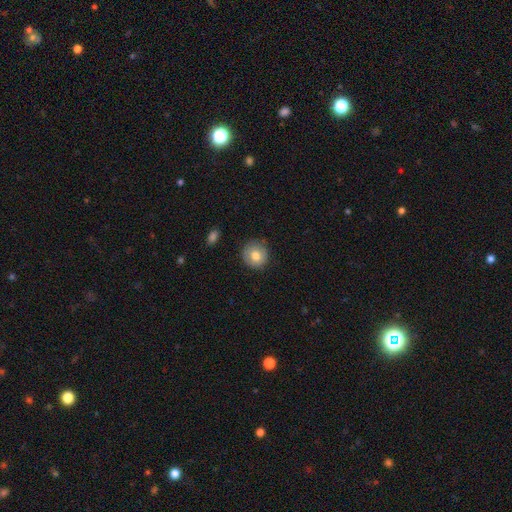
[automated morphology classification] Smooth or featured? Predicted: smooth (p=0.77). How rounded? Predicted: round (p=0.92). Merging? Predicted: none (p=0.84).